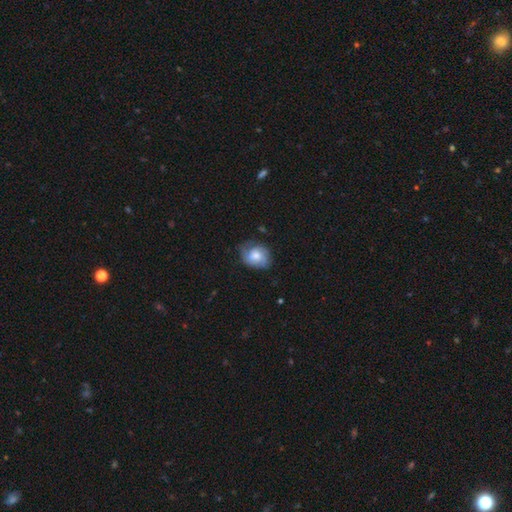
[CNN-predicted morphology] A smooth galaxy with no disk features (47%). Merging: none (60%).